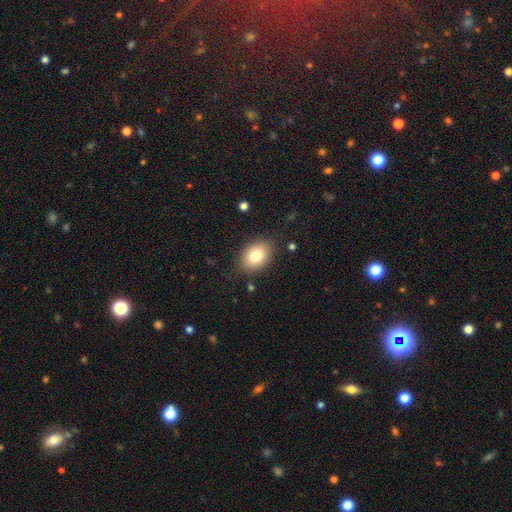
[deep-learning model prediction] Smooth or featured?
  - smooth: 79% *
  - featured or disk: 12%
  - star or artifact: 9%
How rounded?
  - in between: 70% *
  - round: 29%
  - cigar-shaped: 1%
Merging?
  - none: 84% *
  - minor disturbance: 11%
  - major disturbance: 3%
  - merger: 1%